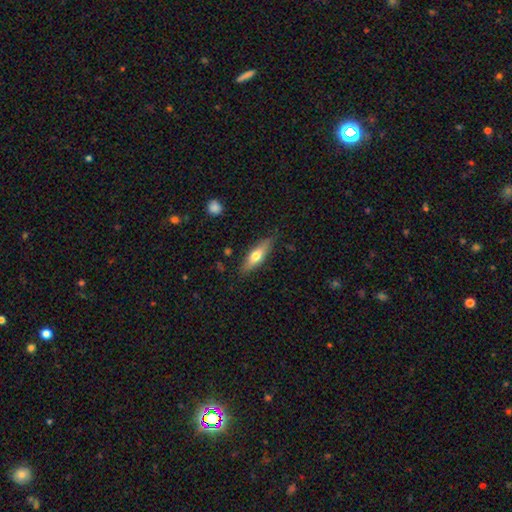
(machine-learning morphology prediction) Q: Smooth or featured?
A: smooth (57%); runner-up: featured or disk (37%)
Q: How rounded?
A: cigar-shaped (56%); runner-up: in between (41%)
Q: Merging?
A: none (83%); runner-up: minor disturbance (13%)